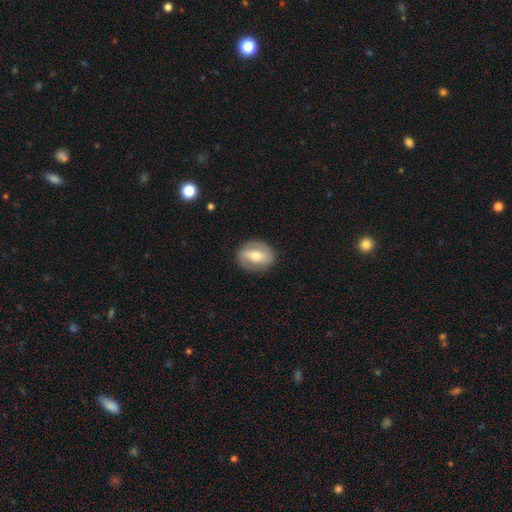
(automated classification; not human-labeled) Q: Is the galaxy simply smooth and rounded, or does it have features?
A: featured or disk — 48%.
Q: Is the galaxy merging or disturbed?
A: none — 86%.